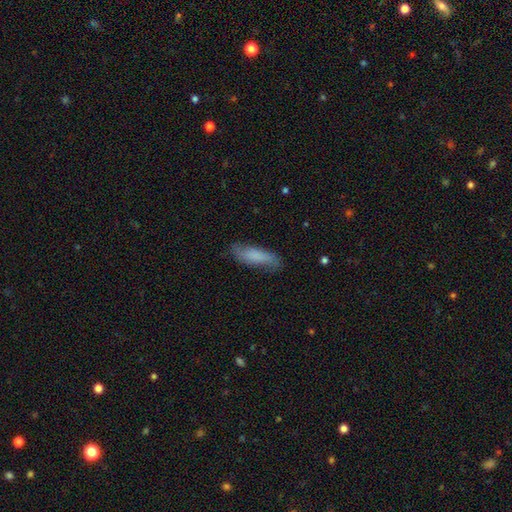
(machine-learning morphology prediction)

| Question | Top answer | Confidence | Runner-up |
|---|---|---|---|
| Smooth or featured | smooth | 74% | featured or disk (19%) |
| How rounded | cigar-shaped | 60% | in between (38%) |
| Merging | none | 75% | minor disturbance (19%) |